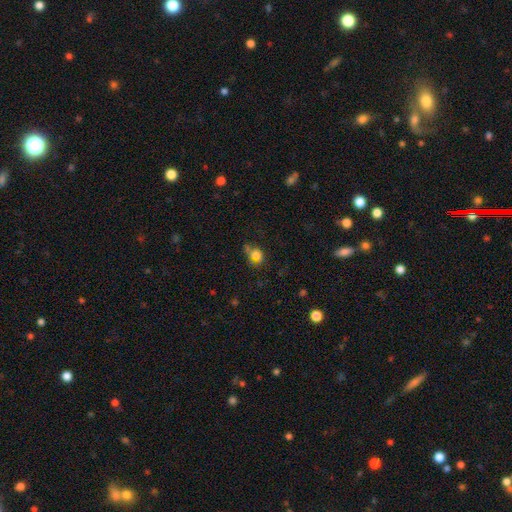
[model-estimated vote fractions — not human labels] Smooth or featured? smooth (70%)
How rounded? in between (50%)
Merging? none (38%)